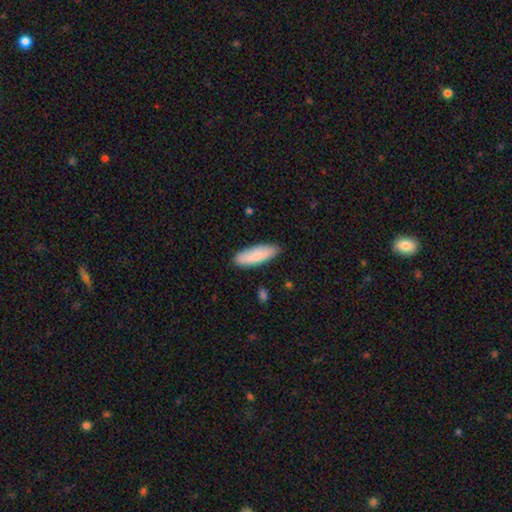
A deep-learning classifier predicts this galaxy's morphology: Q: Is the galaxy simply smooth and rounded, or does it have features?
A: smooth — 85%.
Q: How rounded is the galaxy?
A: in between — 59%.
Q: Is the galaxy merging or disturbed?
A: none — 84%.